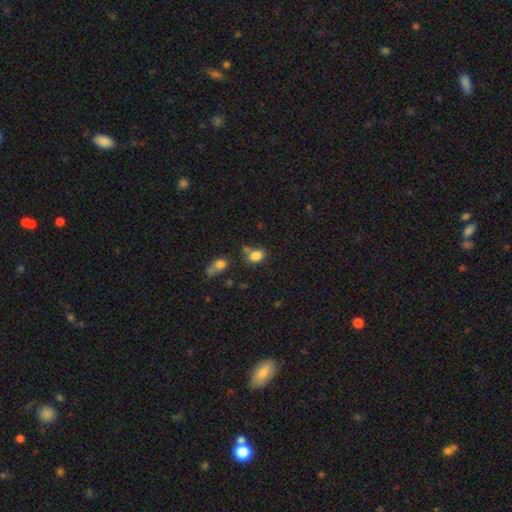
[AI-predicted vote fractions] Overall: smooth (83%). How rounded: in between (71%). Merging: none (59%).